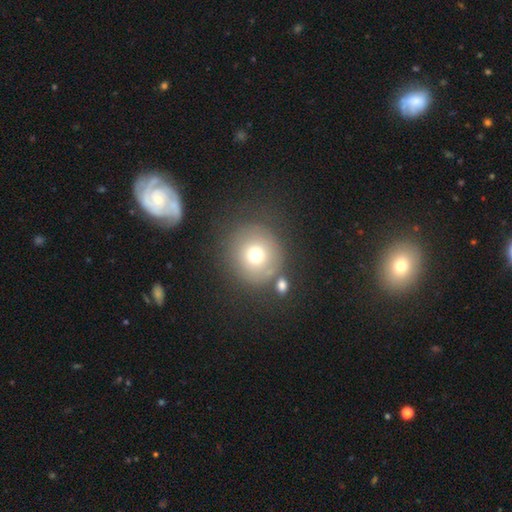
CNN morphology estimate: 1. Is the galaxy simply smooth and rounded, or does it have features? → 69% smooth, 19% featured or disk, 12% star or artifact.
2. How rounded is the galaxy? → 91% round, 8% in between, 1% cigar-shaped.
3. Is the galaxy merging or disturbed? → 70% none, 13% minor disturbance, 10% merger, 8% major disturbance.